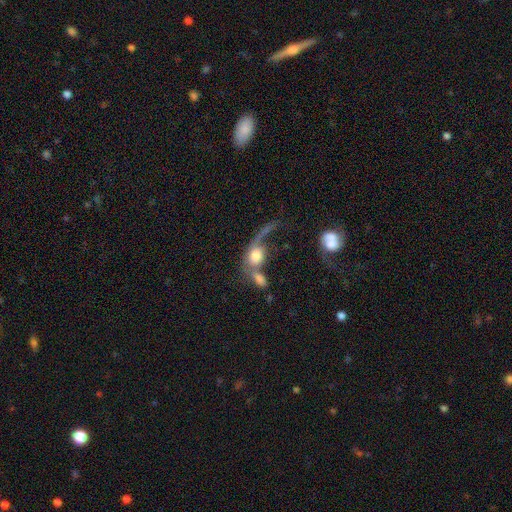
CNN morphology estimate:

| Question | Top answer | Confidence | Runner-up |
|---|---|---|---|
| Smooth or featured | smooth | 53% | featured or disk (37%) |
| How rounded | in between | 55% | round (40%) |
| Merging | merger | 51% | major disturbance (25%) |